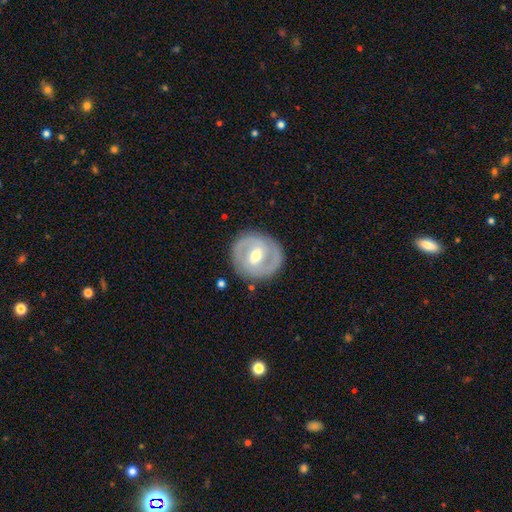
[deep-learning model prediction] Morphology: type=featured or disk (73%); edge-on=no (97%); bar=weak (51%); spiral arms=yes (73%); winding=tight (47%); arm count=2 (79%); bulge=moderate (72%); merging=none (85%).